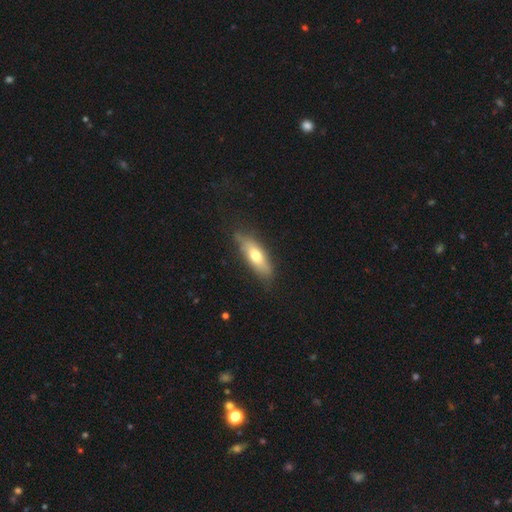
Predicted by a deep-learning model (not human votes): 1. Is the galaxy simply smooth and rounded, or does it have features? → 61% smooth, 33% featured or disk, 6% star or artifact.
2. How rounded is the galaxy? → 54% in between, 43% cigar-shaped, 3% round.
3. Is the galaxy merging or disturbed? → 76% none, 19% minor disturbance, 4% major disturbance, 2% merger.